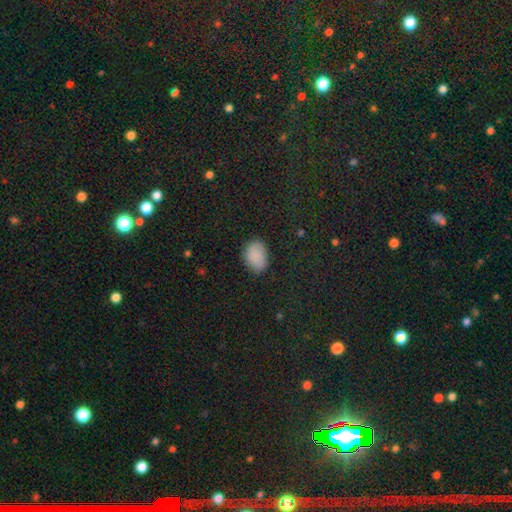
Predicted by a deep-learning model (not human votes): Morphology: type=smooth (80%); roundness=in between (76%); merging=none (77%).